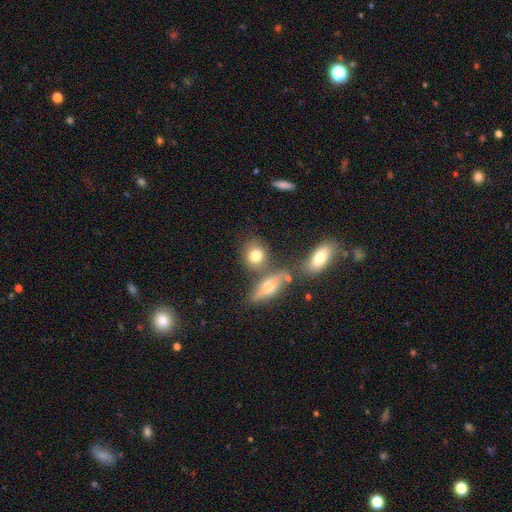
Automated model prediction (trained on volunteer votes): Morphology: type=smooth (78%); roundness=round (66%); merging=none (61%).